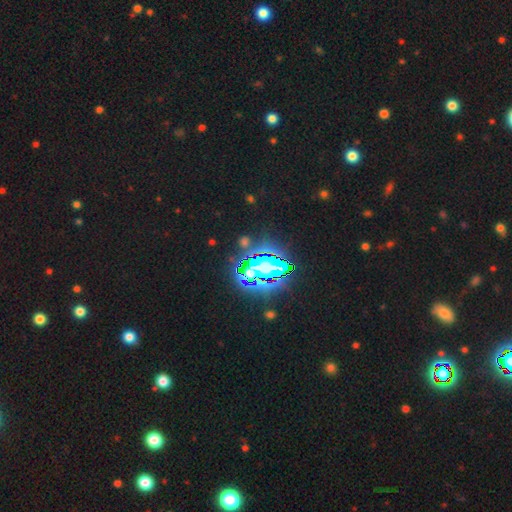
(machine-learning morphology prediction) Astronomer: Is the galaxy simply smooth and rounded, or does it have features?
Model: star or artifact — 83%.